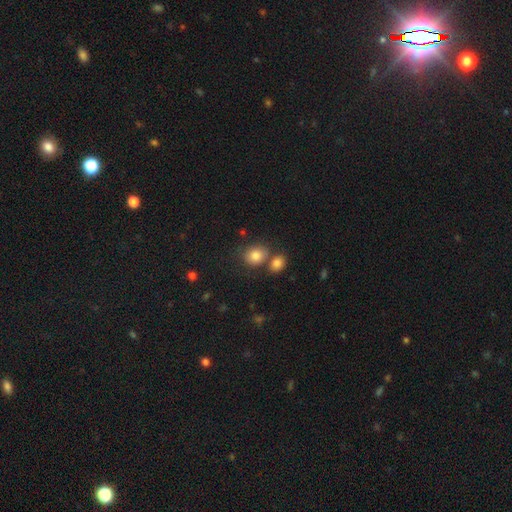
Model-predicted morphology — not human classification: Smooth or featured? smooth (83%)
How rounded? round (69%)
Merging? none (59%)